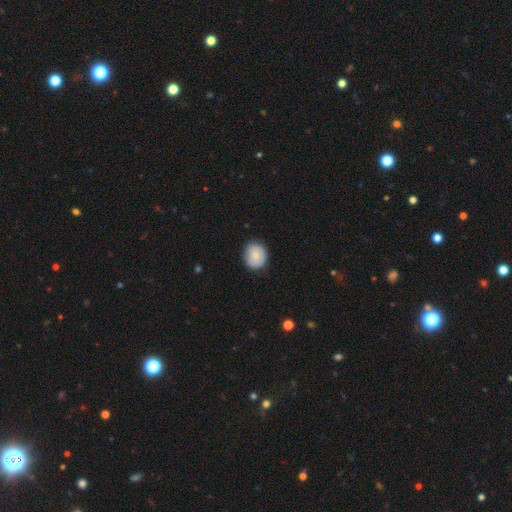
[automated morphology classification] A smooth galaxy with no disk features (84%) that is round (66%).

Vote fractions:
- Smooth or featured? smooth: 84% / featured or disk: 9% / star or artifact: 7%
- How rounded? round: 66% / in between: 33% / cigar-shaped: 1%
- Merging? none: 83% / minor disturbance: 13% / major disturbance: 3% / merger: 1%